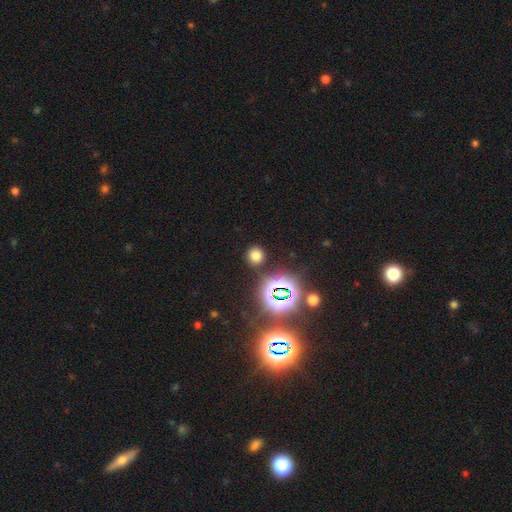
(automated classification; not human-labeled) Q: Smooth or featured?
A: smooth (68%); runner-up: star or artifact (26%)
Q: How rounded?
A: round (89%); runner-up: in between (10%)
Q: Merging?
A: none (87%); runner-up: minor disturbance (7%)